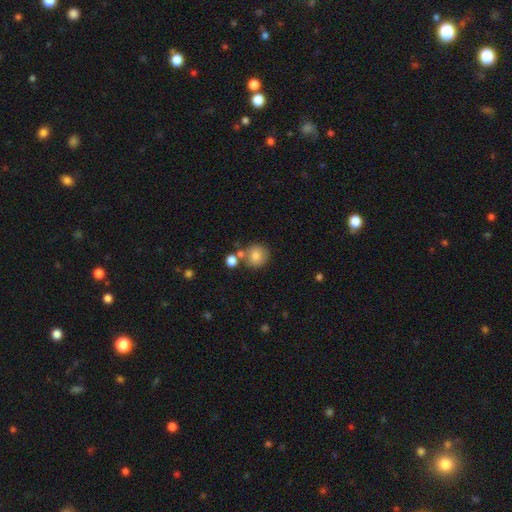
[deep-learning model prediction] smooth 80%, featured or disk 10%, star or artifact 10%. Down the decision tree: how rounded — round (86%); merging — none (68%).